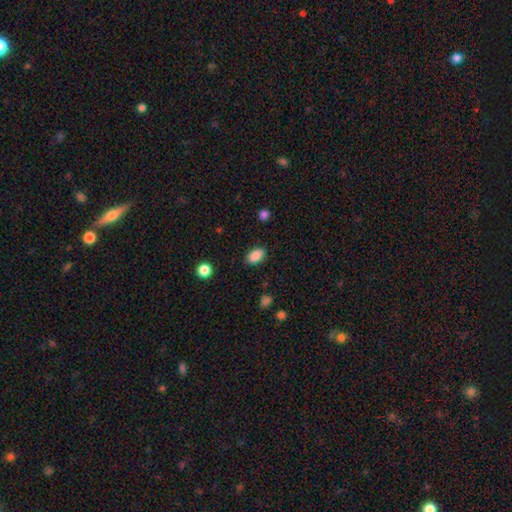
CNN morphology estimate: Overall: smooth (88%). How rounded: in between (90%). Merging: none (86%).